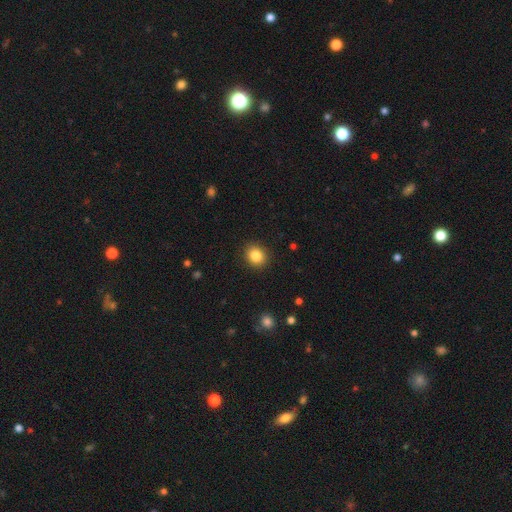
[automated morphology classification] A smooth galaxy with no disk features (84%) that is round (70%).

Vote fractions:
- Smooth or featured? smooth: 84% / star or artifact: 10% / featured or disk: 6%
- How rounded? round: 70% / in between: 29% / cigar-shaped: 1%
- Merging? none: 90% / minor disturbance: 7% / major disturbance: 2% / merger: 1%